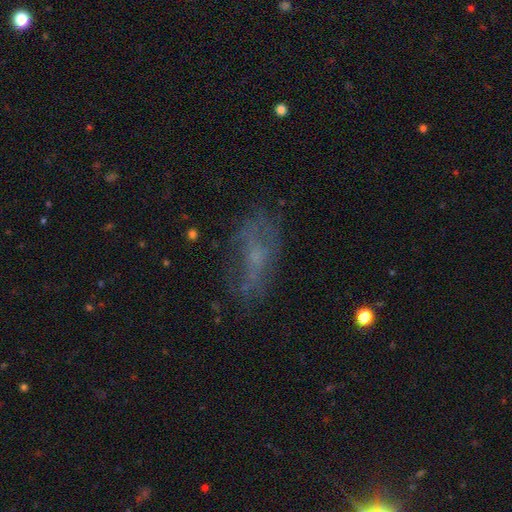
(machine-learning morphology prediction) featured or disk 43%, smooth 36%, star or artifact 21%. Down the decision tree: merging — none (56%).